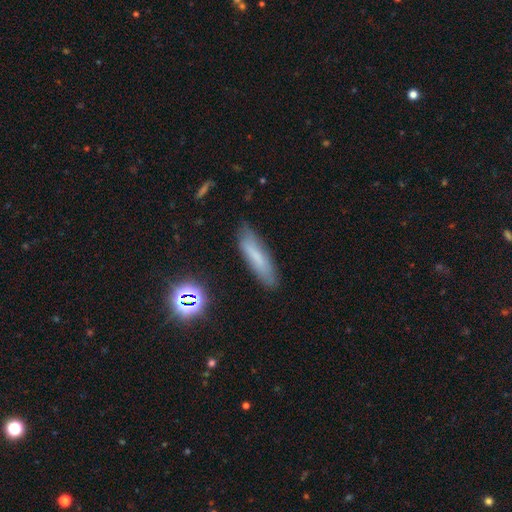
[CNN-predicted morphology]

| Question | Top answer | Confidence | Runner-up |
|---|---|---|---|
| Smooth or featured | smooth | 65% | featured or disk (22%) |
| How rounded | cigar-shaped | 73% | in between (25%) |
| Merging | none | 80% | minor disturbance (15%) |